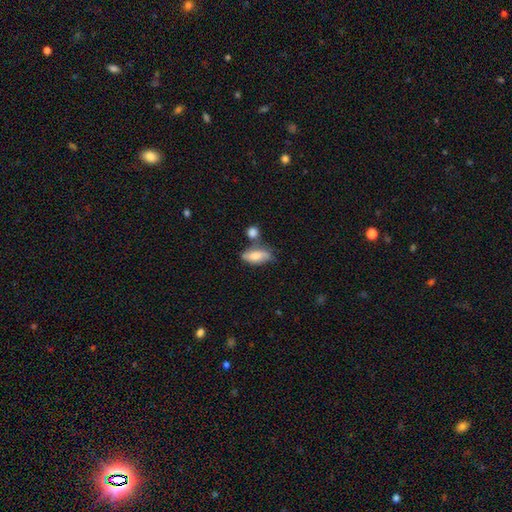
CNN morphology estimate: type=smooth (70%); roundness=in between (83%); merging=none (52%).